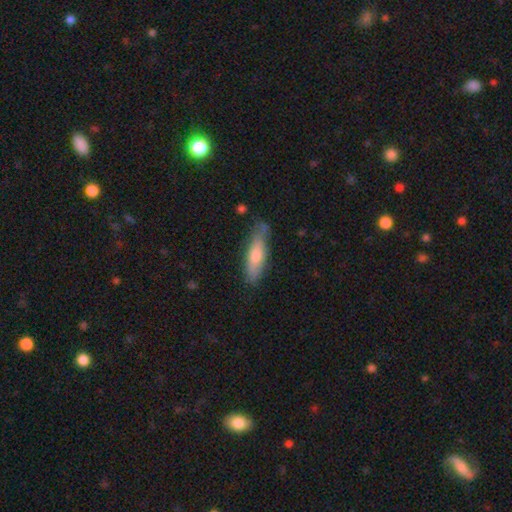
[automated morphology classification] A smooth galaxy with no disk features (65%) that is cigar-shaped (66%).

Vote fractions:
- Smooth or featured? smooth: 65% / featured or disk: 30% / star or artifact: 6%
- How rounded? cigar-shaped: 66% / in between: 32% / round: 2%
- Merging? none: 73% / minor disturbance: 20% / major disturbance: 4% / merger: 3%